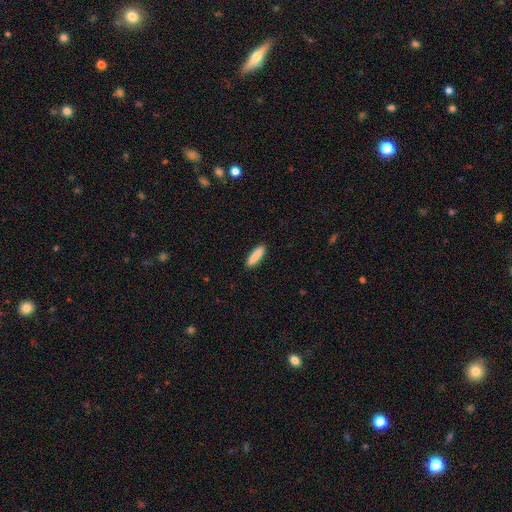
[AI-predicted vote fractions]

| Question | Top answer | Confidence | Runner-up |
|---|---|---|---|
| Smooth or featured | smooth | 88% | star or artifact (6%) |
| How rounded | cigar-shaped | 69% | in between (29%) |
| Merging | none | 90% | minor disturbance (7%) |